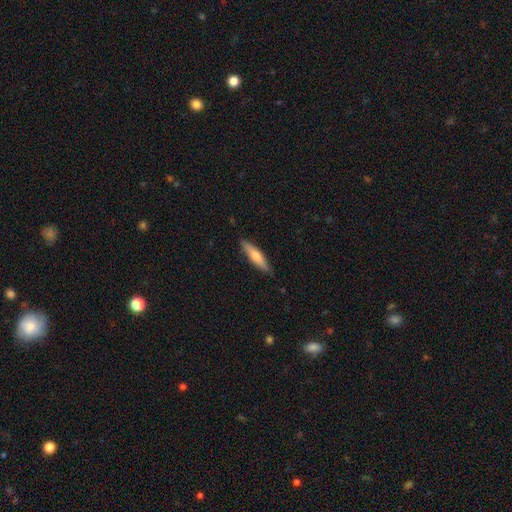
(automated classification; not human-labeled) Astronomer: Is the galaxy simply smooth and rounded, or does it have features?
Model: smooth — 63%.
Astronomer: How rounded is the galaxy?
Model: cigar-shaped — 80%.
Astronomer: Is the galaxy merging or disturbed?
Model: none — 88%.